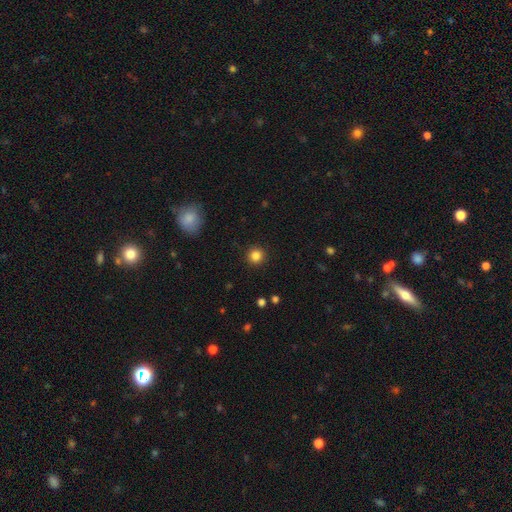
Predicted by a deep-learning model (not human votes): smooth_or_featured: smooth (p=0.84) [alt: star or artifact p=0.12]
how_rounded: round (p=0.94) [alt: in between p=0.05]
merging: none (p=0.92) [alt: minor disturbance p=0.05]